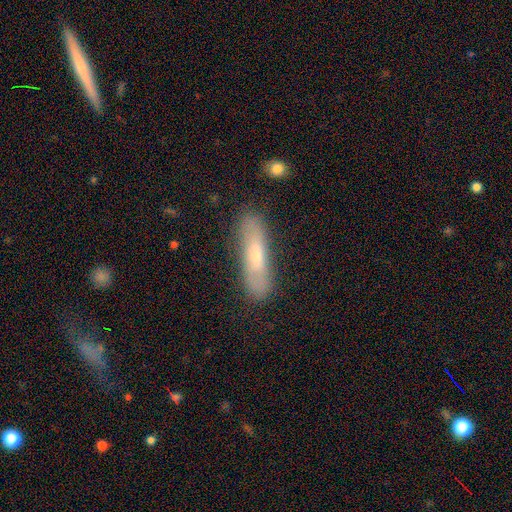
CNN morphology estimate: smooth-or-featured: smooth: 56% | featured or disk: 37% | star or artifact: 7%
  how-rounded: cigar-shaped: 75% | in between: 23% | round: 2%
  merging: none: 81% | minor disturbance: 14% | major disturbance: 3% | merger: 2%